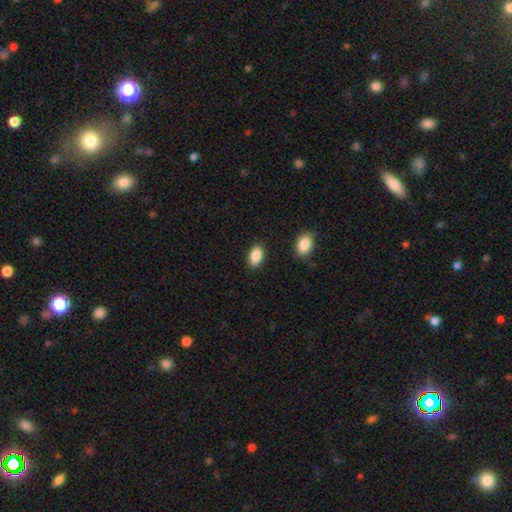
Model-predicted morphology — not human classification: type=smooth (89%); roundness=in between (92%); merging=none (87%).